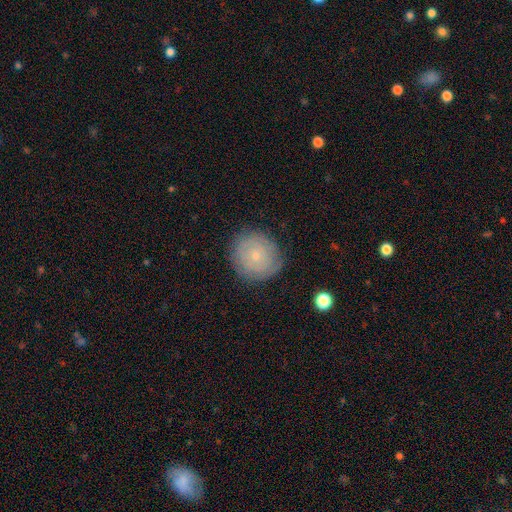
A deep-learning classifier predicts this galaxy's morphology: type=smooth (48%); merging=none (81%).